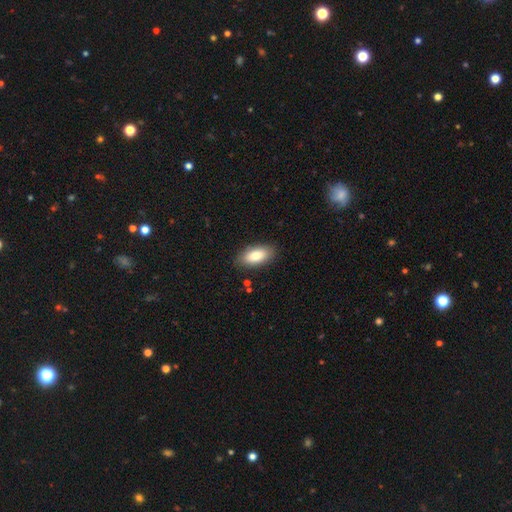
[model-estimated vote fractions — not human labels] Smooth or featured? Predicted: smooth (p=0.82). How rounded? Predicted: in between (p=0.91). Merging? Predicted: none (p=0.86).